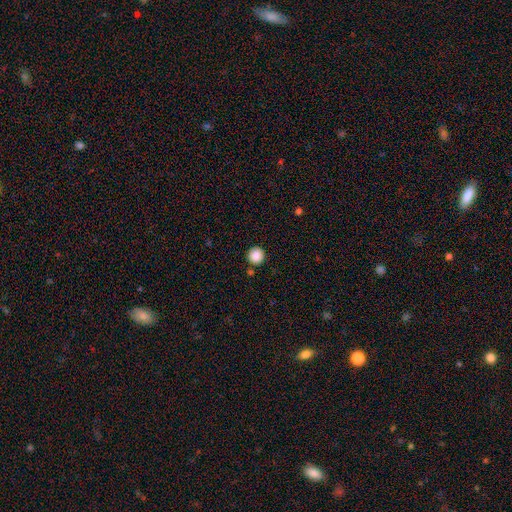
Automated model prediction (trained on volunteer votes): smooth-or-featured: smooth: 88% | star or artifact: 9% | featured or disk: 3%
  how-rounded: round: 96% | in between: 3% | cigar-shaped: 1%
  merging: none: 89% | minor disturbance: 6% | merger: 3% | major disturbance: 2%